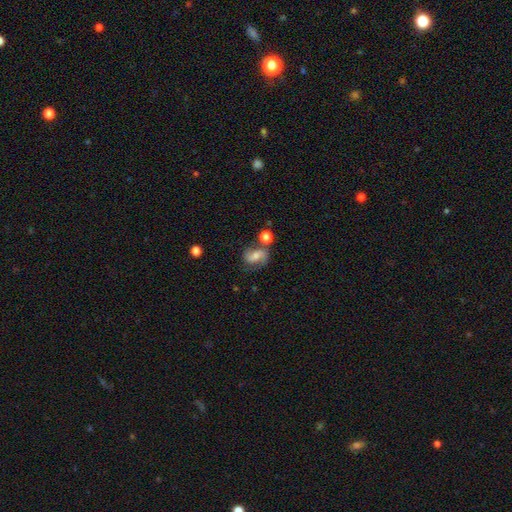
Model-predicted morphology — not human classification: smooth_or_featured: featured or disk (p=0.63) [alt: smooth p=0.27]
disk_edge_on: no (p=0.97) [alt: yes p=0.03]
bar: weak (p=0.41) [alt: no p=0.39]
has_spiral_arms: yes (p=0.91) [alt: no p=0.09]
spiral_winding: medium (p=0.46) [alt: loose p=0.36]
spiral_arm_count: 2 (p=0.85) [alt: 1 p=0.07]
bulge_size: moderate (p=0.45) [alt: small p=0.39]
merging: none (p=0.59) [alt: minor disturbance p=0.19]